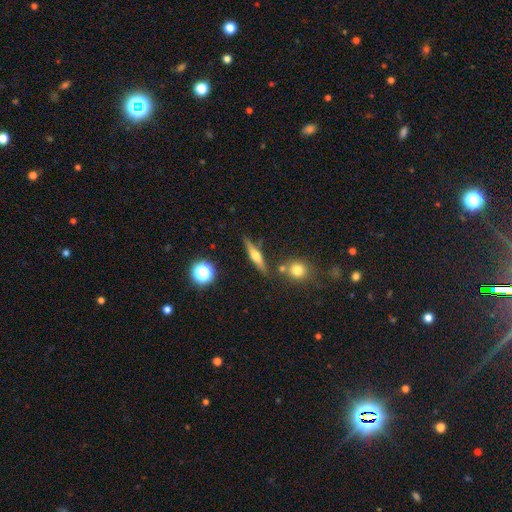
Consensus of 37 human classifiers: smooth_or_featured: featured or disk (p=0.57) [alt: smooth p=0.41]
disk_edge_on: yes (p=1.00)
edge_on_bulge: rounded (p=0.90) [alt: none p=0.10]
merging: none (p=0.78) [alt: minor disturbance p=0.14]